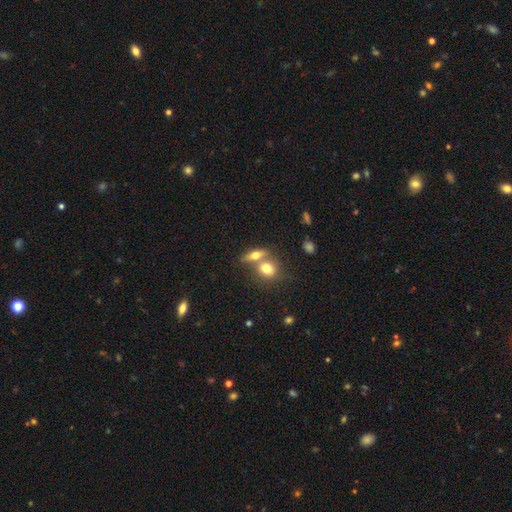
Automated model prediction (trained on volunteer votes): Smooth or featured? smooth (61%)
How rounded? in between (55%)
Merging? merger (46%)